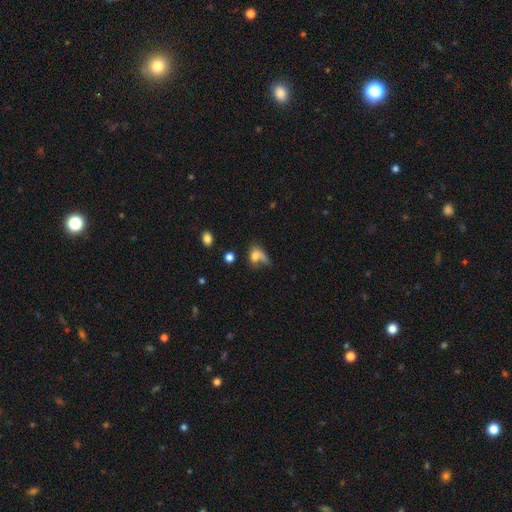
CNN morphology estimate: Q: Smooth or featured?
A: smooth (69%); runner-up: featured or disk (19%)
Q: How rounded?
A: in between (61%); runner-up: round (33%)
Q: Merging?
A: none (31%); runner-up: major disturbance (28%)